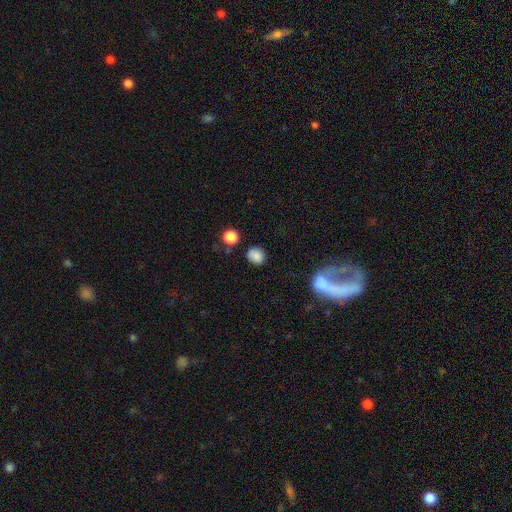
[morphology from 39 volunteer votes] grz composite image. It shows a smooth galaxy with no disk features (90%) that is round (71%). Merging: none (76%).